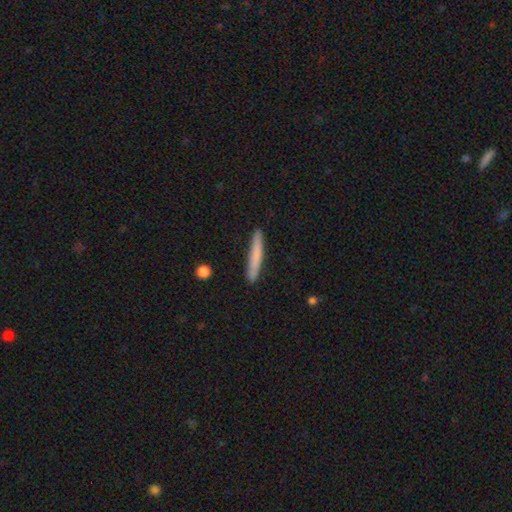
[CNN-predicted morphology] Smooth or featured: smooth — 74% (featured or disk — 20%)
How rounded: cigar-shaped — 95% (in between — 3%)
Merging: none — 87% (minor disturbance — 10%)